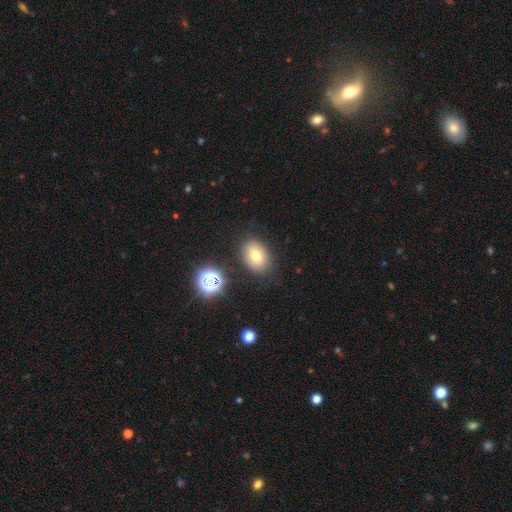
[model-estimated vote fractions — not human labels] Smooth or featured: smooth — 71% (featured or disk — 15%)
How rounded: in between — 73% (round — 26%)
Merging: none — 82% (minor disturbance — 11%)